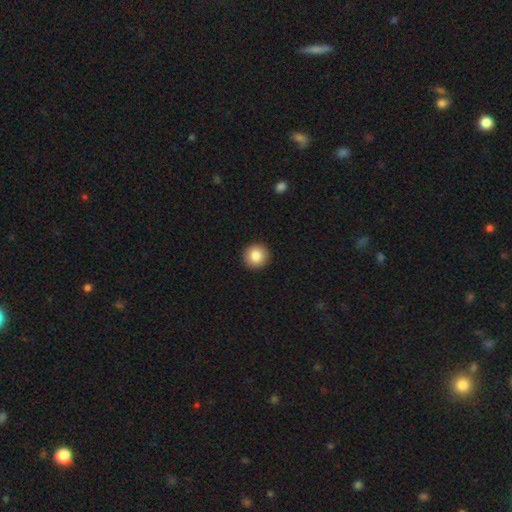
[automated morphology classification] smooth-or-featured: smooth: 85% | star or artifact: 8% | featured or disk: 7%
  how-rounded: round: 94% | in between: 5% | cigar-shaped: 1%
  merging: none: 93% | minor disturbance: 4% | major disturbance: 1% | merger: 1%